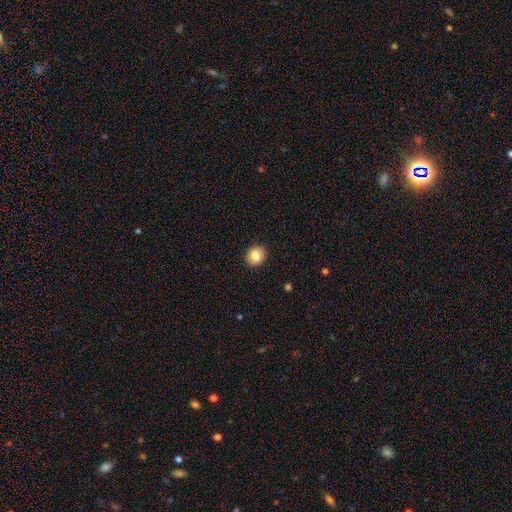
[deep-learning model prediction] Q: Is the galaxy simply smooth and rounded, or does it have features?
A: smooth — 84%.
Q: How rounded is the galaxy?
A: round — 74%.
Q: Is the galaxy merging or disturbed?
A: none — 92%.